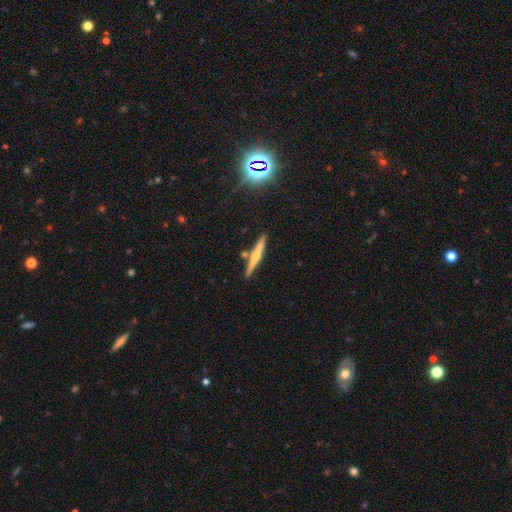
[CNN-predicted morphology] Smooth or featured? Predicted: featured or disk (p=0.64). Edge-on disk? Predicted: yes (p=0.97). Edge-on bulge? Predicted: rounded (p=0.86). Merging? Predicted: none (p=0.81).